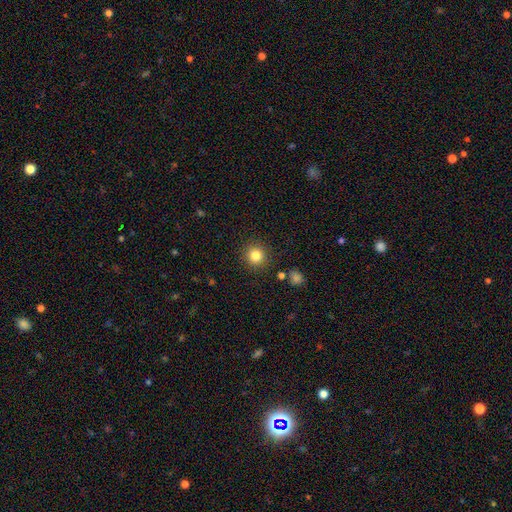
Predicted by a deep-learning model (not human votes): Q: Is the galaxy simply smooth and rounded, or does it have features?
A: smooth — 83%.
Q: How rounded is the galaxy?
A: round — 93%.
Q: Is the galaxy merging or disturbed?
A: none — 89%.